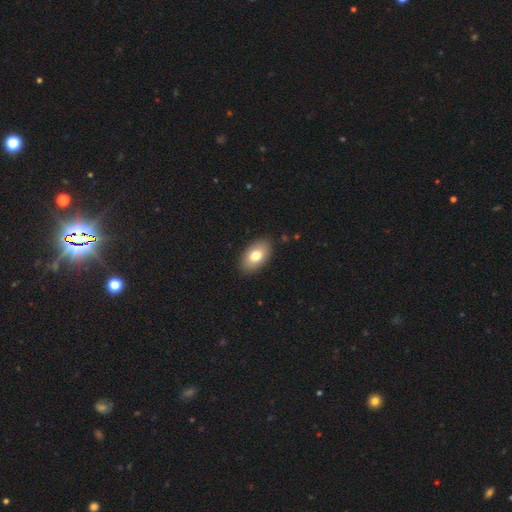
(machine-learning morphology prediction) smooth 77%, featured or disk 15%, star or artifact 7%. Down the decision tree: how rounded — in between (92%); merging — none (88%).